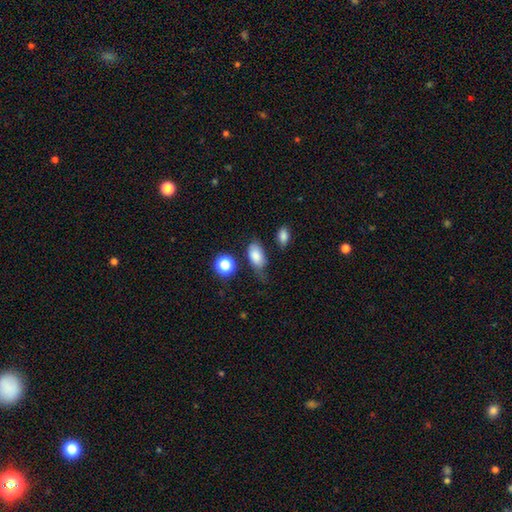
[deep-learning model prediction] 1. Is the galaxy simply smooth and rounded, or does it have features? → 82% smooth, 10% featured or disk, 9% star or artifact.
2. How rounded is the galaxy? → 90% in between, 7% round, 3% cigar-shaped.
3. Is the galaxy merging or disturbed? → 48% none, 34% minor disturbance, 14% major disturbance, 5% merger.